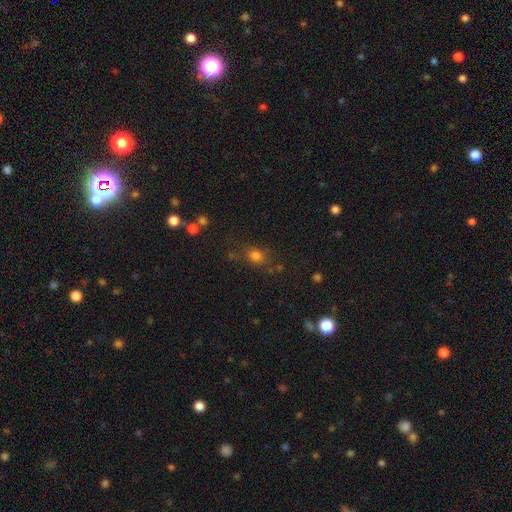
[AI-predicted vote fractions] Smooth or featured?
  - smooth: 74% *
  - star or artifact: 16%
  - featured or disk: 9%
How rounded?
  - round: 54% *
  - in between: 43%
  - cigar-shaped: 3%
Merging?
  - none: 68% *
  - minor disturbance: 17%
  - major disturbance: 9%
  - merger: 6%